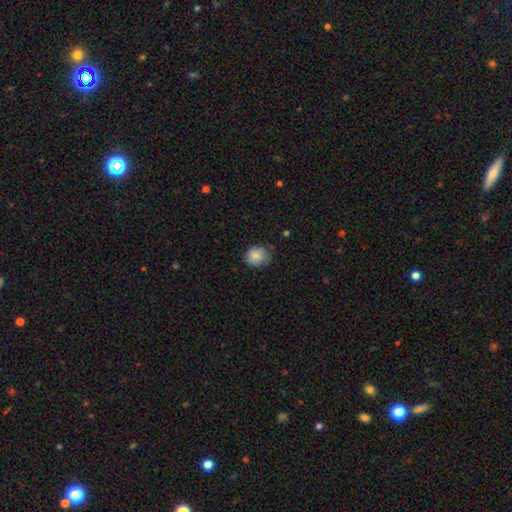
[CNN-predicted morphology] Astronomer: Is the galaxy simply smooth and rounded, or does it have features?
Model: smooth — 85%.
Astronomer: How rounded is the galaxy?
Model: round — 77%.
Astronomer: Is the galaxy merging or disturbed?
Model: none — 73%.